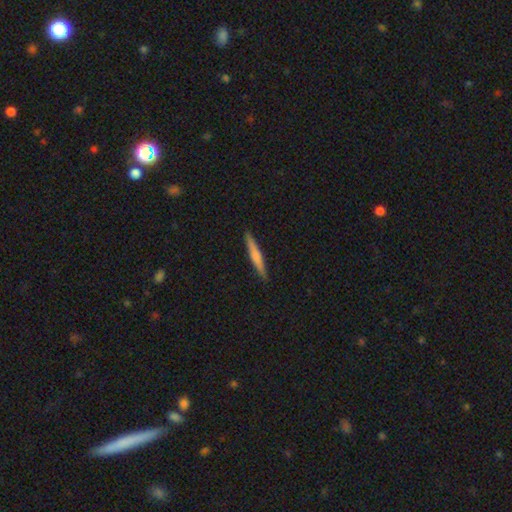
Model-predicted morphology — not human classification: smooth_or_featured: smooth (p=0.59) [alt: featured or disk p=0.36]
how_rounded: cigar-shaped (p=0.94) [alt: in between p=0.04]
merging: none (p=0.90) [alt: minor disturbance p=0.07]